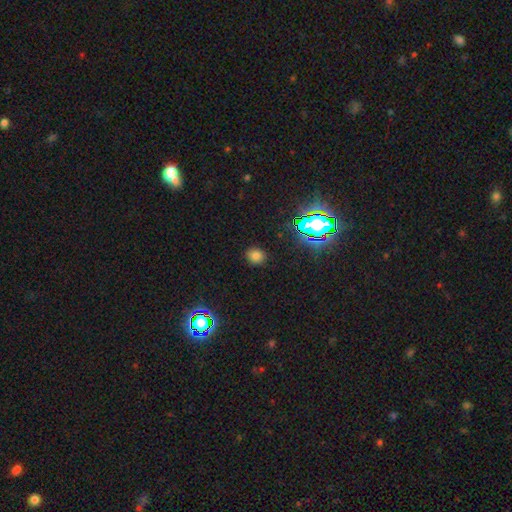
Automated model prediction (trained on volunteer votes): The model was most divided on "how rounded": round: 70%, in between: 28%, cigar-shaped: 1%. More confident: merging — none (87%); smooth or featured — smooth (74%).